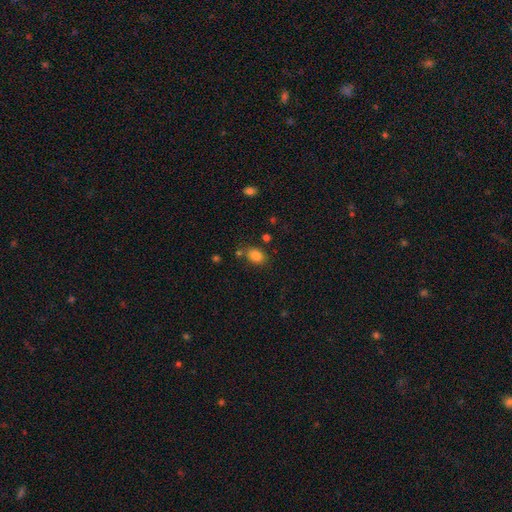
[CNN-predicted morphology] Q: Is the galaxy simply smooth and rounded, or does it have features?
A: smooth — 83%.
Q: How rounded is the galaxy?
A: in between — 72%.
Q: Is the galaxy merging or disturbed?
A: none — 73%.